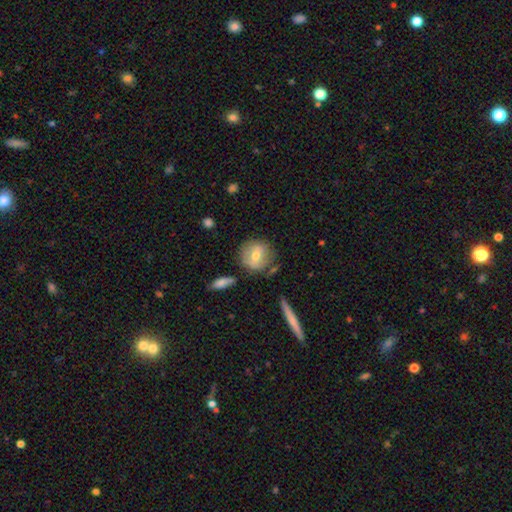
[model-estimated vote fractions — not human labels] This appears to be a smooth galaxy with no disk features (60%) that is round (86%). Merging: none (71%).